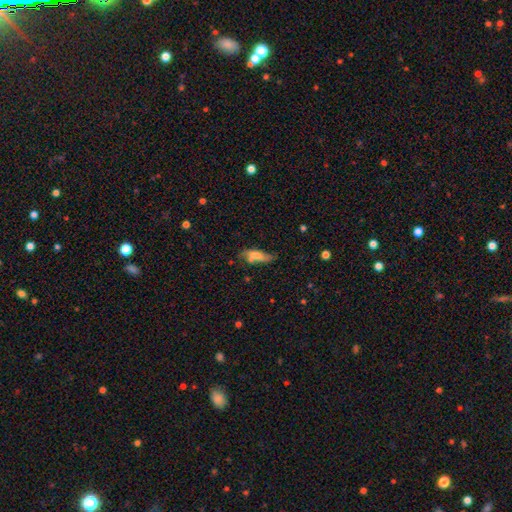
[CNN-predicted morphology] smooth-or-featured: smooth: 58% | featured or disk: 33% | star or artifact: 8%
  how-rounded: in between: 53% | cigar-shaped: 44% | round: 3%
  merging: none: 46% | minor disturbance: 29% | major disturbance: 15% | merger: 9%